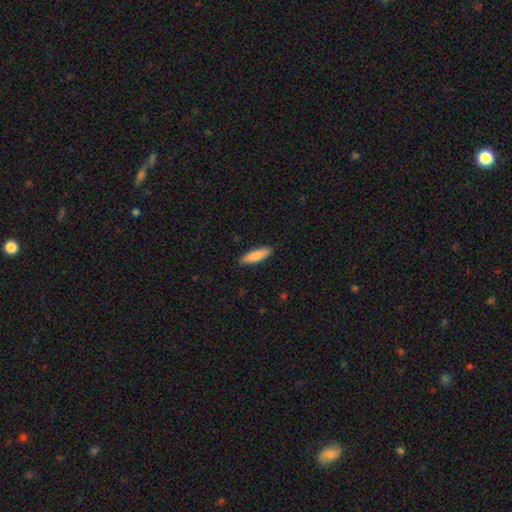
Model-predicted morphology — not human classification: Q: Smooth or featured?
A: smooth (83%); runner-up: featured or disk (11%)
Q: How rounded?
A: cigar-shaped (58%); runner-up: in between (40%)
Q: Merging?
A: none (89%); runner-up: minor disturbance (8%)